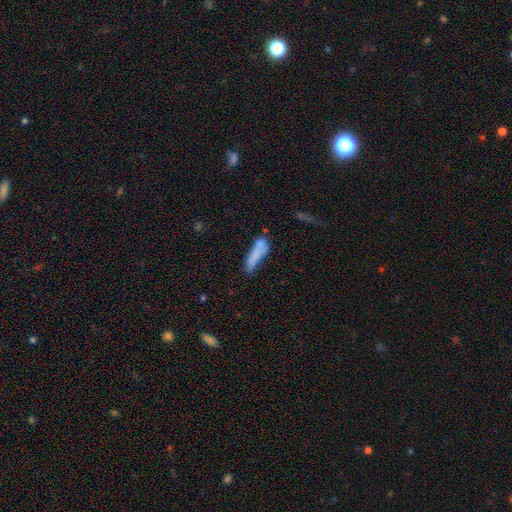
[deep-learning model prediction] Q: Smooth or featured?
A: smooth (75%); runner-up: featured or disk (17%)
Q: How rounded?
A: cigar-shaped (68%); runner-up: in between (30%)
Q: Merging?
A: none (43%); runner-up: minor disturbance (27%)